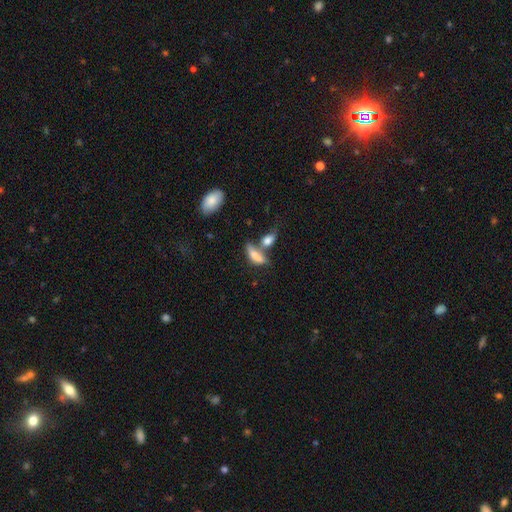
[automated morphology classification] This is likely a smooth galaxy (74%). How rounded: possibly in between (59%). Merging: marginally none (39%).